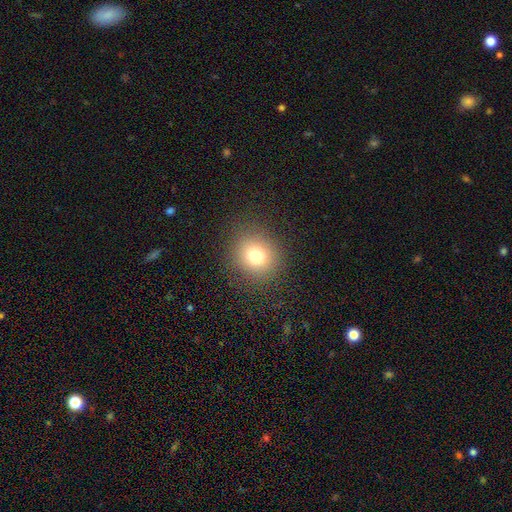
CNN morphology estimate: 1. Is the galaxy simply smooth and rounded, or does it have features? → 77% smooth, 14% star or artifact, 9% featured or disk.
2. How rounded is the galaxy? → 84% round, 16% in between, 1% cigar-shaped.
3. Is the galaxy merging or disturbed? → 87% none, 8% minor disturbance, 4% major disturbance, 1% merger.